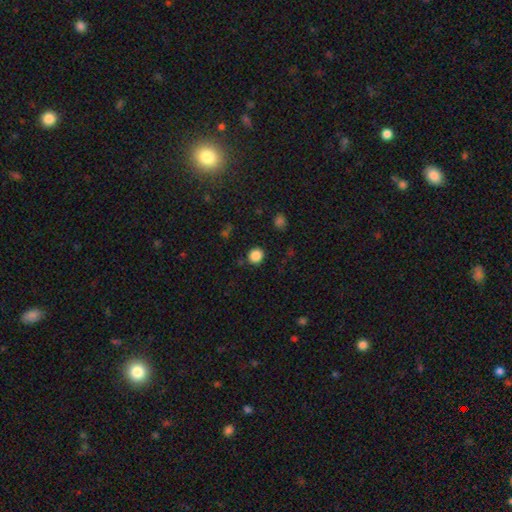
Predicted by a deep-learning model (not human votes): This is clearly a smooth galaxy (86%). How rounded: clearly round (87%). Merging: clearly none (88%).